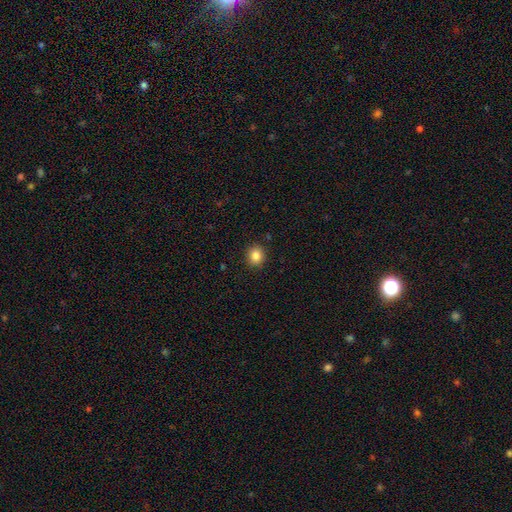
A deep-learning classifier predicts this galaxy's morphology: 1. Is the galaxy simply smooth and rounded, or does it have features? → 85% smooth, 10% star or artifact, 5% featured or disk.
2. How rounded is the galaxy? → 80% round, 19% in between, 1% cigar-shaped.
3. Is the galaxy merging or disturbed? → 91% none, 6% minor disturbance, 2% major disturbance, 1% merger.